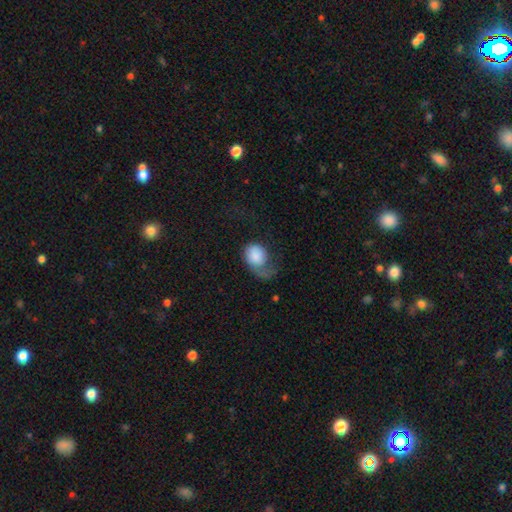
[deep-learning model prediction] smooth 70%, featured or disk 22%, star or artifact 7%. Down the decision tree: how rounded — in between (55%); merging — major disturbance (53%).